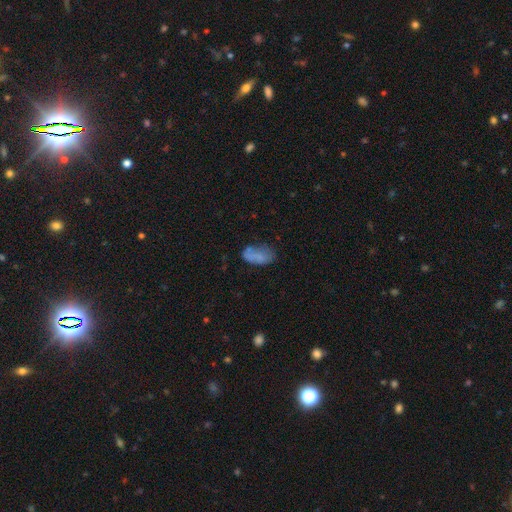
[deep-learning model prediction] smooth 72%, featured or disk 18%, star or artifact 10%. Down the decision tree: how rounded — in between (92%); merging — none (49%).